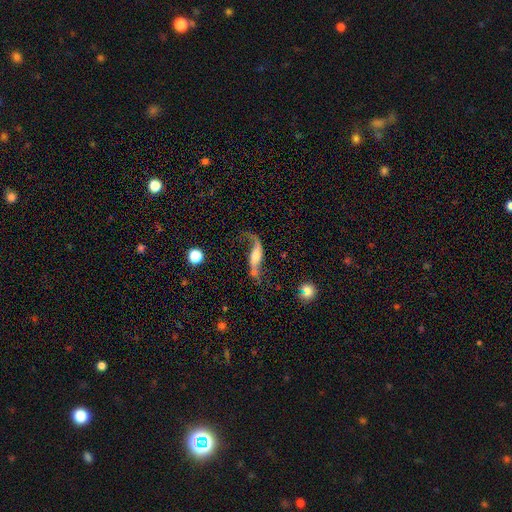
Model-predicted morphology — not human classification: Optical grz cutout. It shows a featured or disk galaxy (79%) with no bar (50%), 2 (84%) loose (92%) spiral arms (91%) and a moderate central bulge (46%). Merging: none (48%).